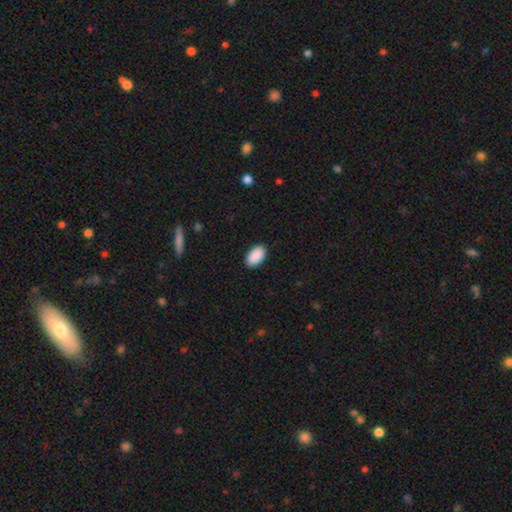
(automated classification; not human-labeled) smooth_or_featured: smooth (p=0.91) [alt: star or artifact p=0.06]
how_rounded: in between (p=0.94) [alt: round p=0.04]
merging: none (p=0.90) [alt: minor disturbance p=0.08]